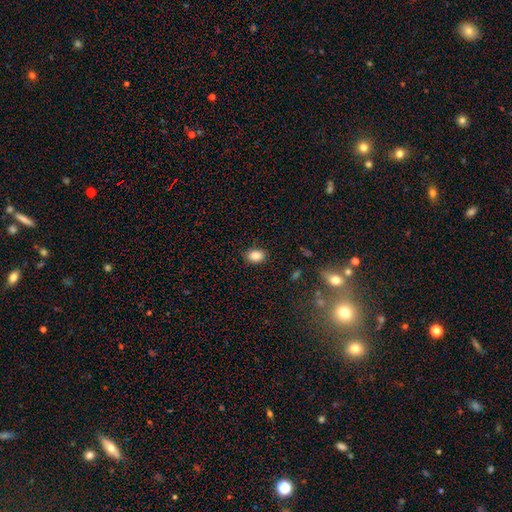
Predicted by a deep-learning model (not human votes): This is clearly a smooth galaxy (86%). How rounded: likely in between (74%). Merging: clearly none (85%).